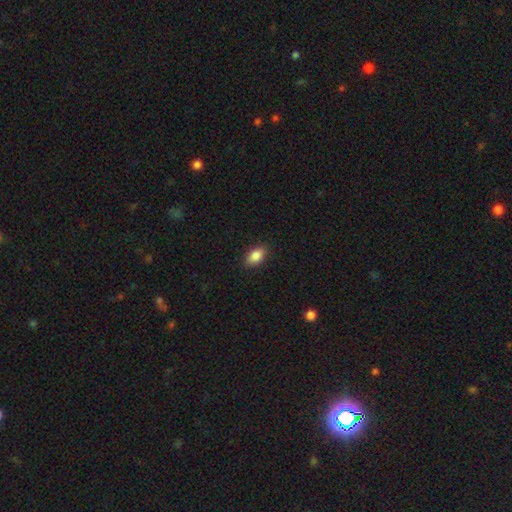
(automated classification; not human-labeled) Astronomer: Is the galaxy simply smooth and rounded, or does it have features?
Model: smooth — 86%.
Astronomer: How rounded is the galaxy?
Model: in between — 89%.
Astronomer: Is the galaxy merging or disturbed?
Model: none — 87%.